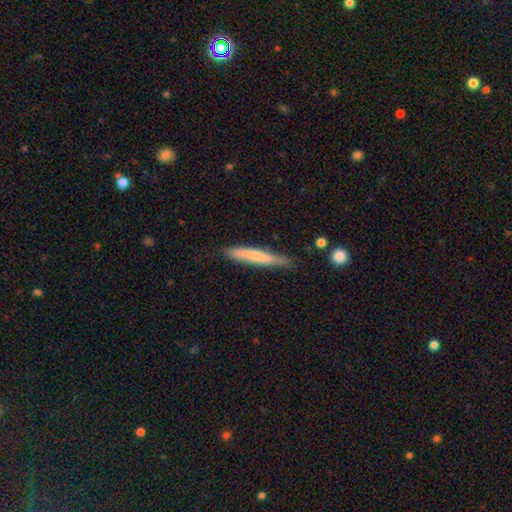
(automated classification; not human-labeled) A smooth galaxy with no disk features (66%) that is cigar-shaped (94%).

Vote fractions:
- Smooth or featured? smooth: 66% / featured or disk: 29% / star or artifact: 6%
- How rounded? cigar-shaped: 94% / in between: 4% / round: 1%
- Merging? none: 75% / minor disturbance: 19% / major disturbance: 3% / merger: 2%